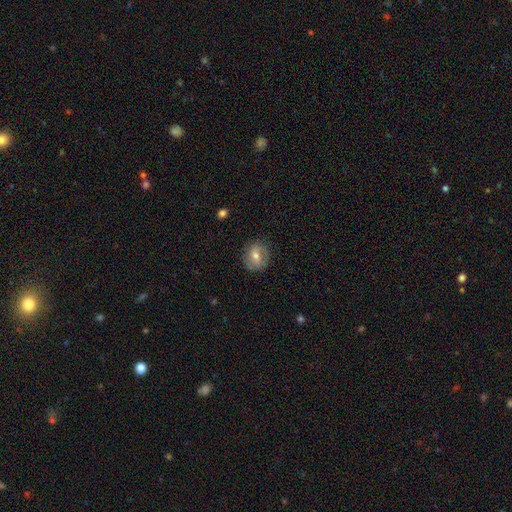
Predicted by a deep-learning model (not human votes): A smooth galaxy with no disk features (59%) that is round (77%). Merging: none (81%).